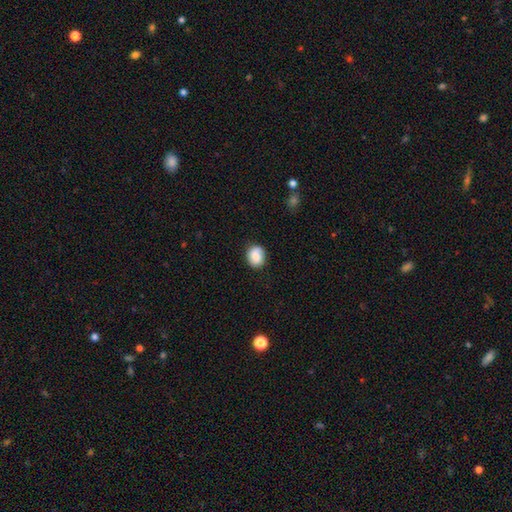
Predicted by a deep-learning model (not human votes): The model was most divided on "how rounded": round: 61%, in between: 38%, cigar-shaped: 1%. More confident: merging — none (83%); smooth or featured — smooth (78%).